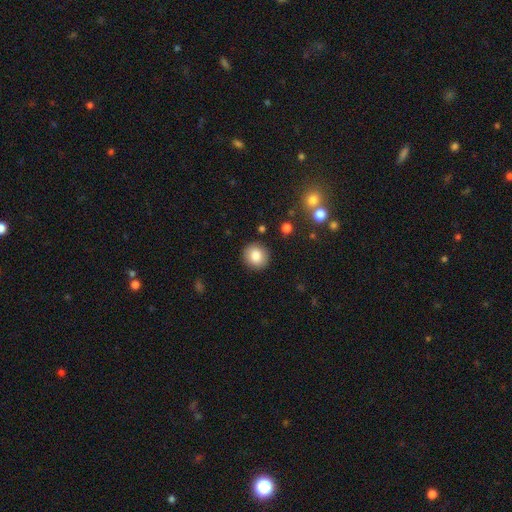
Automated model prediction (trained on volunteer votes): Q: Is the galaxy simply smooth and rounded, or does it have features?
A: smooth — 84%.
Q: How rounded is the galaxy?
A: round — 87%.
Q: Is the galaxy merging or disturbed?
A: none — 89%.